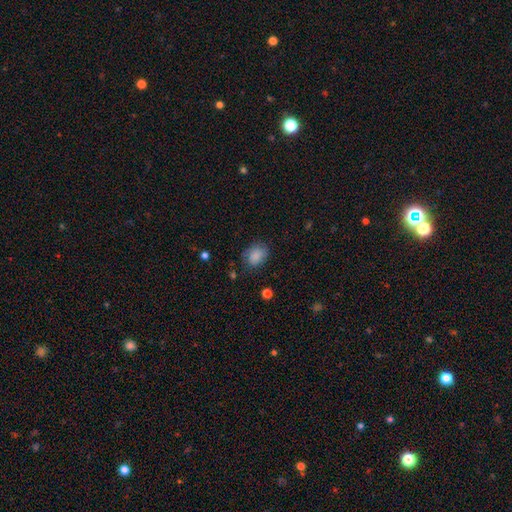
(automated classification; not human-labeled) smooth-or-featured: smooth: 85% | star or artifact: 8% | featured or disk: 6%
  how-rounded: in between: 66% | round: 33% | cigar-shaped: 1%
  merging: none: 73% | minor disturbance: 20% | major disturbance: 6% | merger: 2%